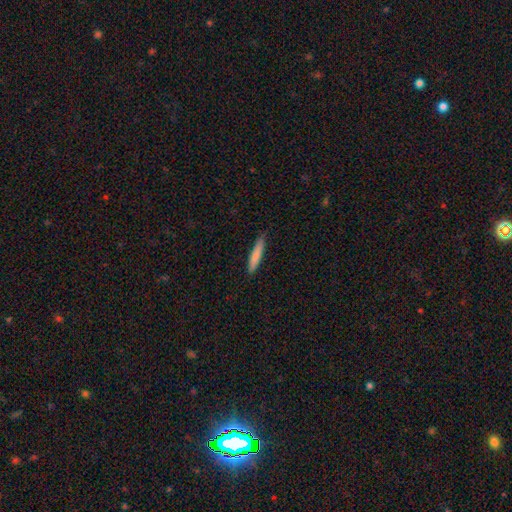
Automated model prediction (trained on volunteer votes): Smooth or featured? smooth (81%)
How rounded? cigar-shaped (90%)
Merging? none (84%)